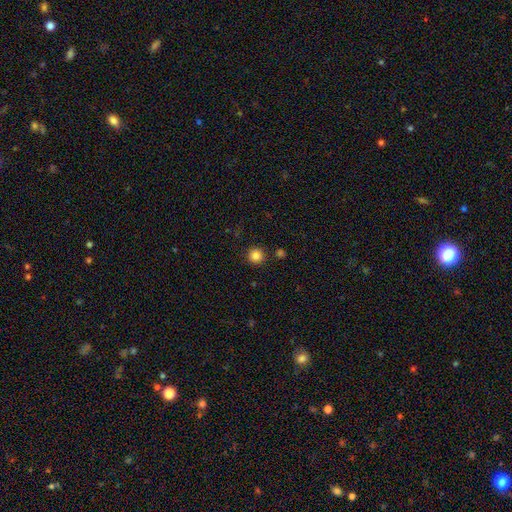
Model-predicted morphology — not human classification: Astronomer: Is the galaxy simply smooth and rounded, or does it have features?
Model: smooth — 85%.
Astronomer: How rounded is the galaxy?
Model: round — 95%.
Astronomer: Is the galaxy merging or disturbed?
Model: none — 89%.